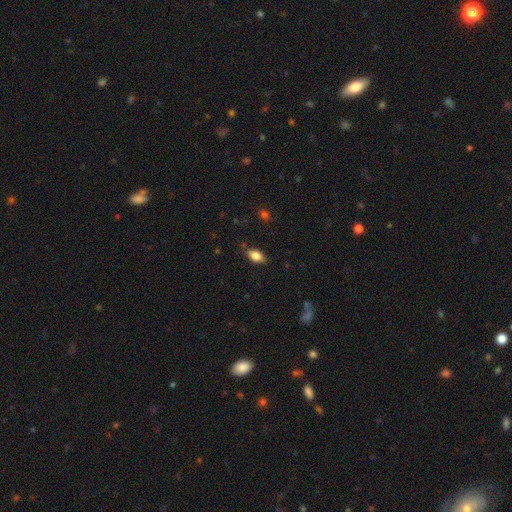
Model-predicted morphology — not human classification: smooth-or-featured: smooth: 84% | featured or disk: 8% | star or artifact: 8%
  how-rounded: in between: 90% | round: 6% | cigar-shaped: 4%
  merging: none: 82% | minor disturbance: 14% | major disturbance: 3% | merger: 2%